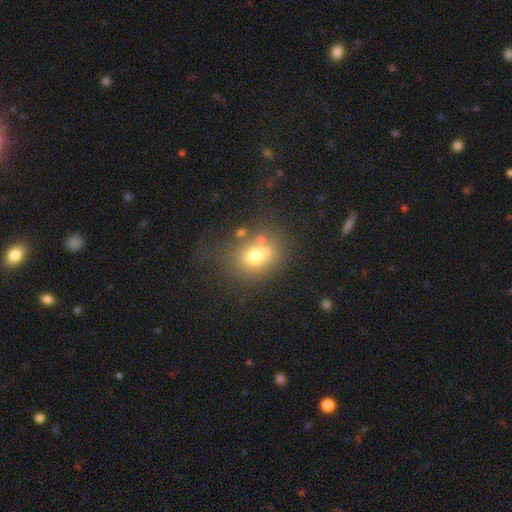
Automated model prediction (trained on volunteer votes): Smooth or featured: smooth — 65% (featured or disk — 21%)
How rounded: round — 54% (in between — 44%)
Merging: none — 46% (merger — 25%)